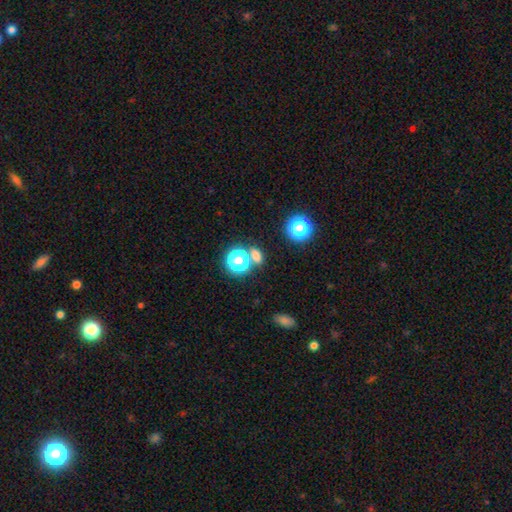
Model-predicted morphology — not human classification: Smooth or featured? smooth (68%)
How rounded? round (56%)
Merging? none (63%)